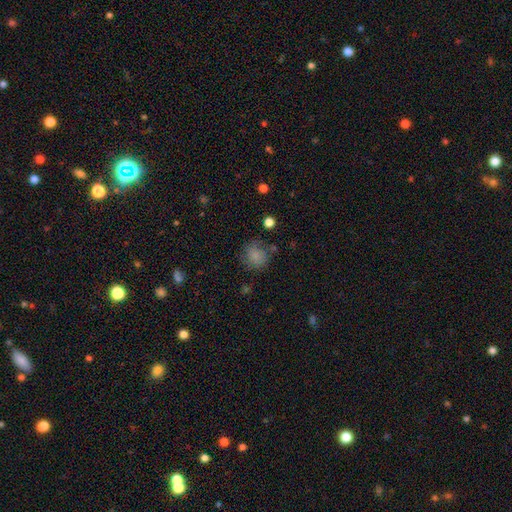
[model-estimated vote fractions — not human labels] A smooth galaxy with no disk features (81%) that is round (83%).

Vote fractions:
- Smooth or featured? smooth: 81% / star or artifact: 11% / featured or disk: 8%
- How rounded? round: 83% / in between: 16% / cigar-shaped: 1%
- Merging? none: 69% / minor disturbance: 19% / major disturbance: 8% / merger: 4%